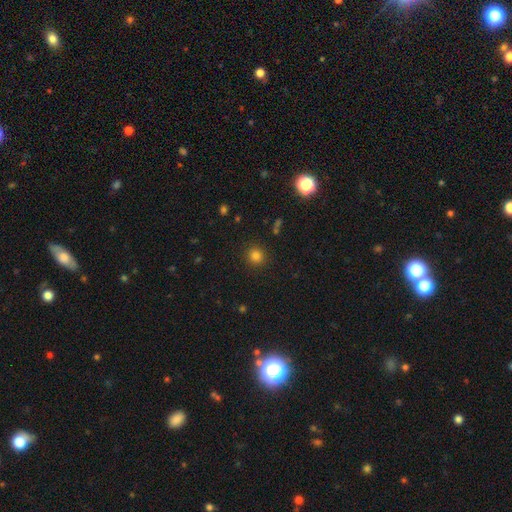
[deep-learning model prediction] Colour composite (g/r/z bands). It shows a smooth galaxy with no disk features (81%) that is round (91%). Merging: none (90%).